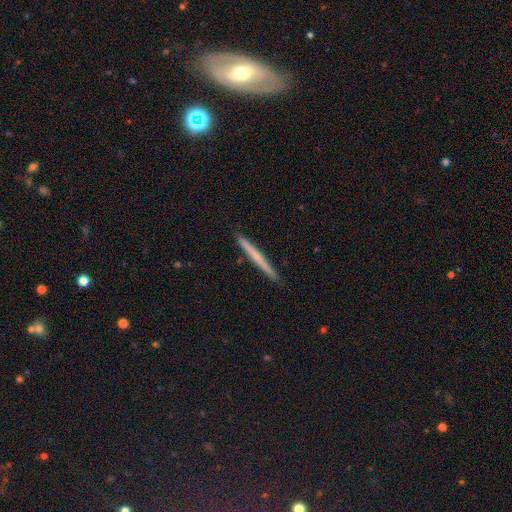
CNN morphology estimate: This appears to be a featured or disk galaxy (49%). Merging: none (92%).